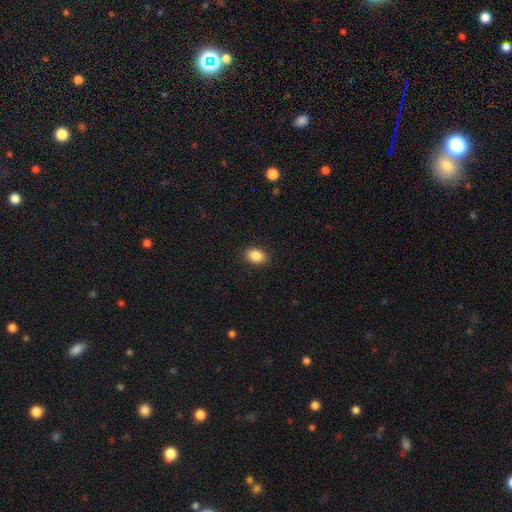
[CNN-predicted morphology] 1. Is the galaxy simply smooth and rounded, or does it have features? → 89% smooth, 8% star or artifact, 3% featured or disk.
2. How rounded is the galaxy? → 81% in between, 18% round, 1% cigar-shaped.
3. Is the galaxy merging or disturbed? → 90% none, 7% minor disturbance, 2% major disturbance, 1% merger.